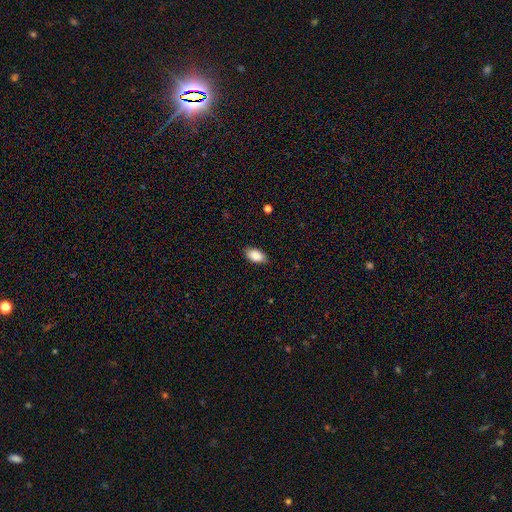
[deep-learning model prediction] smooth-or-featured: smooth: 89% | star or artifact: 7% | featured or disk: 5%
  how-rounded: in between: 94% | round: 4% | cigar-shaped: 2%
  merging: none: 85% | minor disturbance: 12% | major disturbance: 2% | merger: 1%